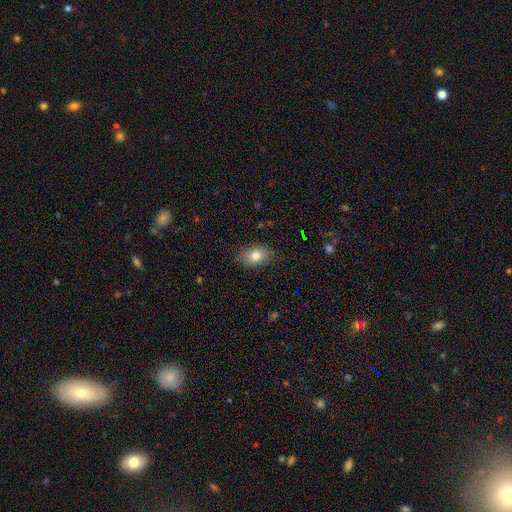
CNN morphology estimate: type=smooth (81%); roundness=in between (78%); merging=none (84%).